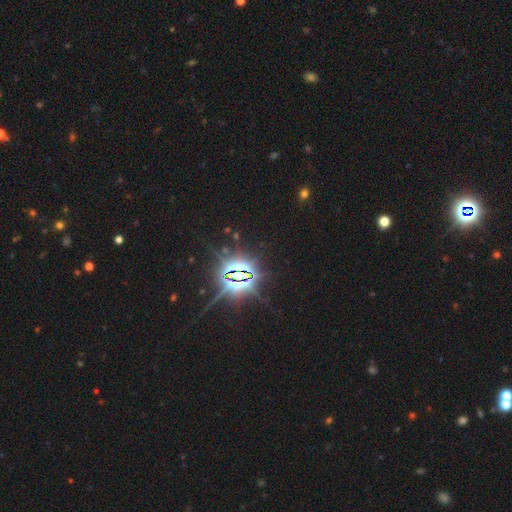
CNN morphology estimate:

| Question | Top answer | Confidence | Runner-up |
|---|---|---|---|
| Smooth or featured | star or artifact | 86% | featured or disk (7%) |